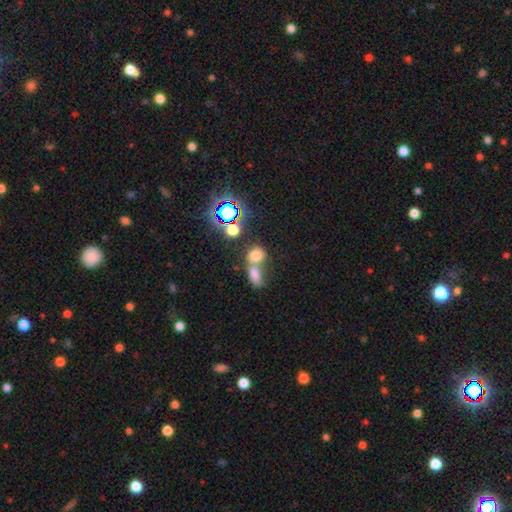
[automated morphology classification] Overall: smooth (69%). How rounded: round (51%; in between 46%). Merging: merger (58%; none 31%).